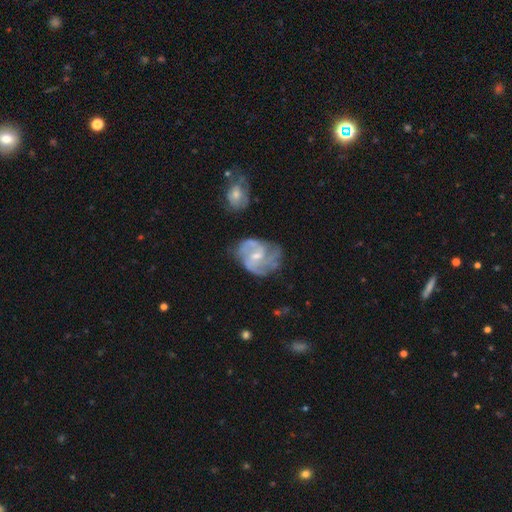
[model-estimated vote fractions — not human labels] Smooth or featured? featured or disk (81%)
Edge-on disk? no (98%)
Bar? weak (53%)
Spiral arms? yes (91%)
Spiral winding? medium (48%)
Spiral arm count? 3 (31%)
Bulge size? small (55%)
Merging? none (53%)